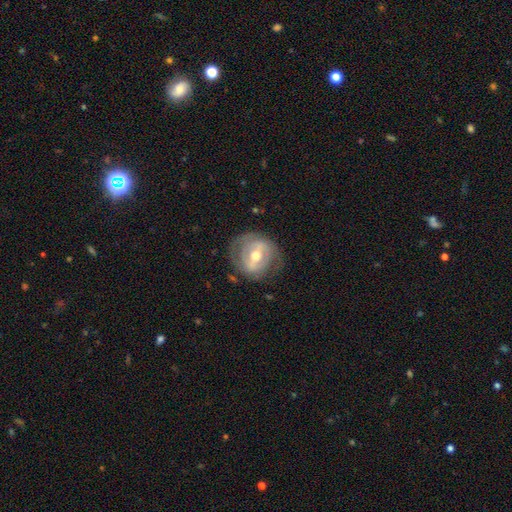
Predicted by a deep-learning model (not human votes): This is likely a featured or disk galaxy (71%). It is clearly not viewed edge-on (94%). Bar: marginally strong (43%). Spiral arm pattern: possibly yes (56%). Central bulge: likely moderate (72%). Merging: likely none (70%).